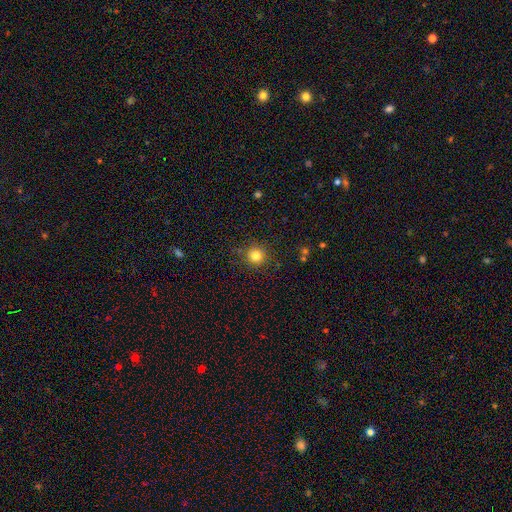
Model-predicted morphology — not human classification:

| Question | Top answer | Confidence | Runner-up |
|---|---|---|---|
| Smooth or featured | smooth | 81% | star or artifact (13%) |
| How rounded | round | 94% | in between (5%) |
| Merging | none | 87% | minor disturbance (8%) |